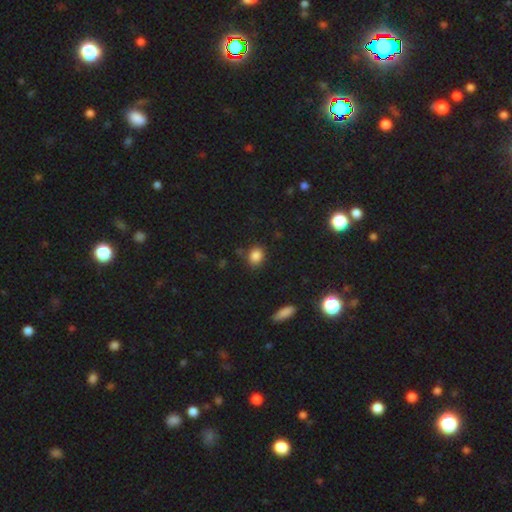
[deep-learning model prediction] This is clearly a smooth galaxy (84%). How rounded: likely round (61%). Merging: likely none (79%).